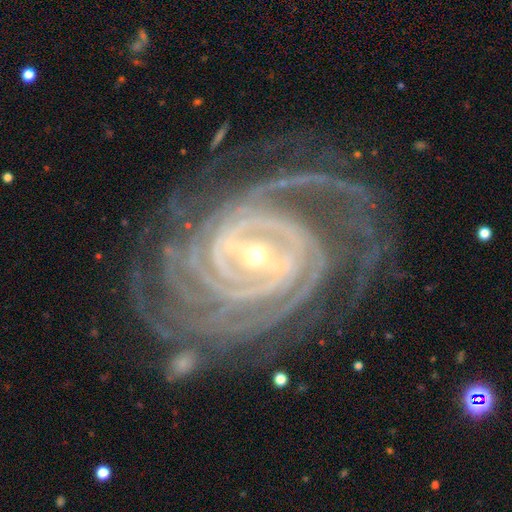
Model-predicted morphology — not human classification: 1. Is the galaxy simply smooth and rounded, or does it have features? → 93% featured or disk, 4% star or artifact, 2% smooth.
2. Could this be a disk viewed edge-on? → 97% no, 3% yes.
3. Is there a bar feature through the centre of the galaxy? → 54% strong, 34% weak, 12% no.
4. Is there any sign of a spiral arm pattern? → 99% yes, 1% no.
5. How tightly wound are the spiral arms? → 81% tight, 17% medium, 2% loose.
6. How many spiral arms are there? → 29% 4, 22% more than 4, 15% can't tell, 15% 3, 12% 2, 7% 1.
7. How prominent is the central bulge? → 69% small, 28% moderate, 2% large, 1% none, 1% dominant.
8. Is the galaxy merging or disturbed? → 72% none, 16% minor disturbance, 9% major disturbance, 2% merger.